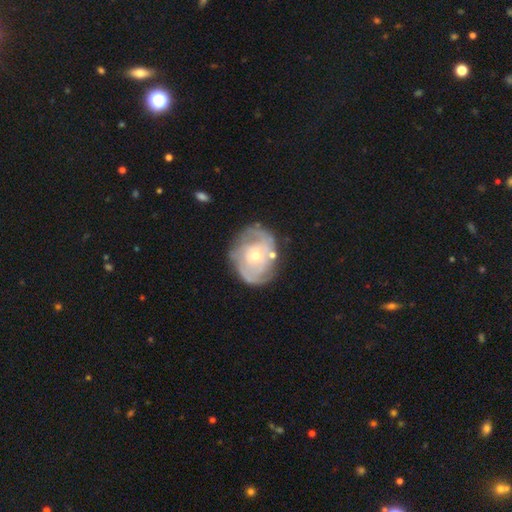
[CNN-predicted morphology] This is likely a featured or disk galaxy (78%). It is clearly not viewed edge-on (97%). Bar: likely no (73%). Spiral arm pattern: clearly yes (85%). Spiral arm count: possibly 2 (45%). Spiral winding: possibly tight (53%). Central bulge: possibly small (50%). Merging: likely none (68%).